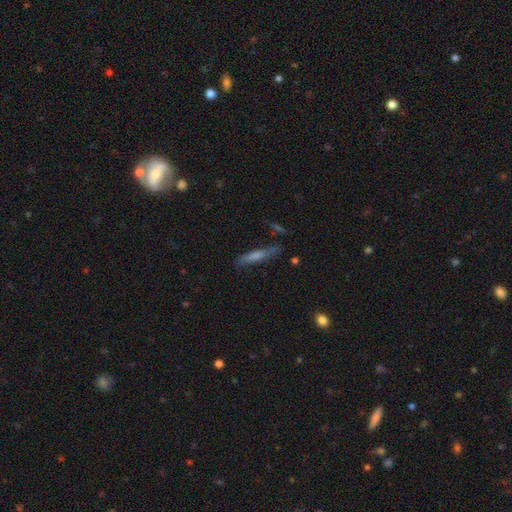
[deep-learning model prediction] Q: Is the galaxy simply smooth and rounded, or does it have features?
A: featured or disk — 44%.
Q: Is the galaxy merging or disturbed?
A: none — 78%.